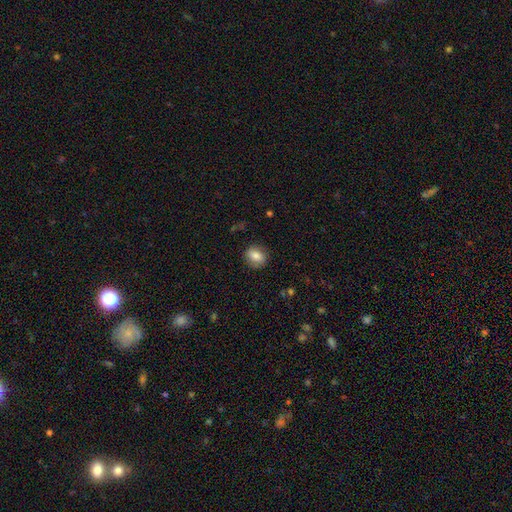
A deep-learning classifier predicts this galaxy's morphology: This appears to be a smooth galaxy with no disk features (80%) that is round (53%). Merging: none (84%).